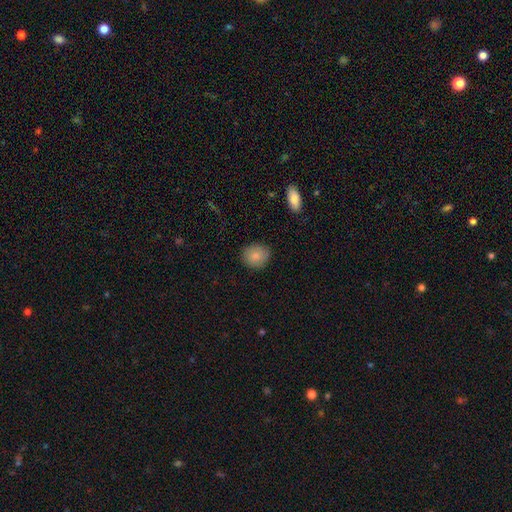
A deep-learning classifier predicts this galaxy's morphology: type=smooth (85%); roundness=round (73%); merging=none (87%).